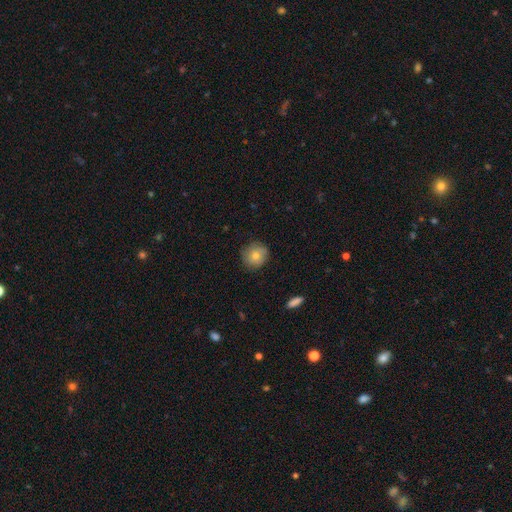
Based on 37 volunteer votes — This appears to be a smooth galaxy with no disk features (76%) that is round (89%). Merging: none (91%).